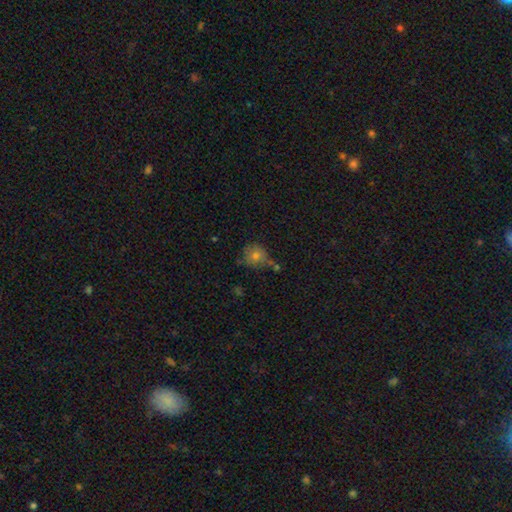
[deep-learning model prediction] Overall: smooth (72%). How rounded: round (83%). Merging: none (54%; minor disturbance 24%).